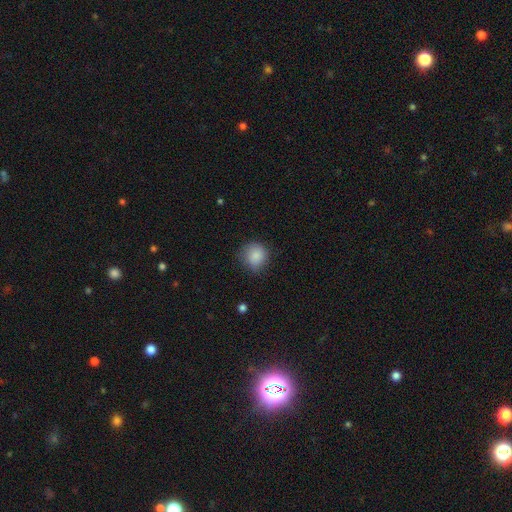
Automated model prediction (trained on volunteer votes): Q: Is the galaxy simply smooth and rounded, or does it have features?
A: smooth — 86%.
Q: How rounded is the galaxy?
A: round — 87%.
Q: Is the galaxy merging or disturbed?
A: none — 72%.